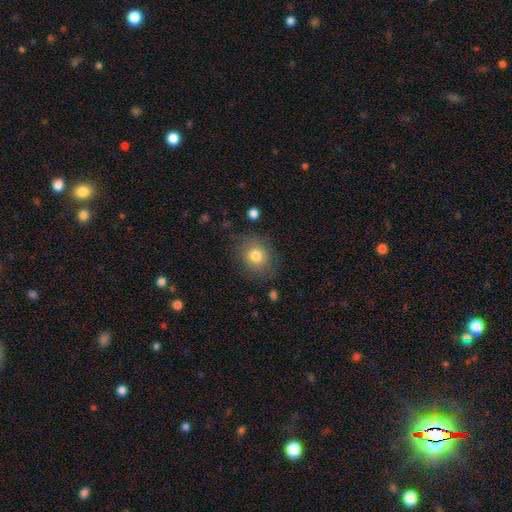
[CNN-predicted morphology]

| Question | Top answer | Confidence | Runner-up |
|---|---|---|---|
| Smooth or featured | smooth | 79% | featured or disk (12%) |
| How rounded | round | 65% | in between (34%) |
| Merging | none | 76% | minor disturbance (16%) |